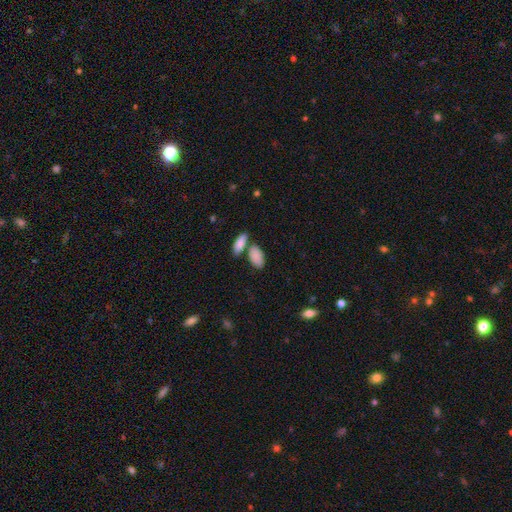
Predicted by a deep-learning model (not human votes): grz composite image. It shows a smooth galaxy with no disk features (86%) that is in between round and cigar-shaped (92%). Merging: none (56%).